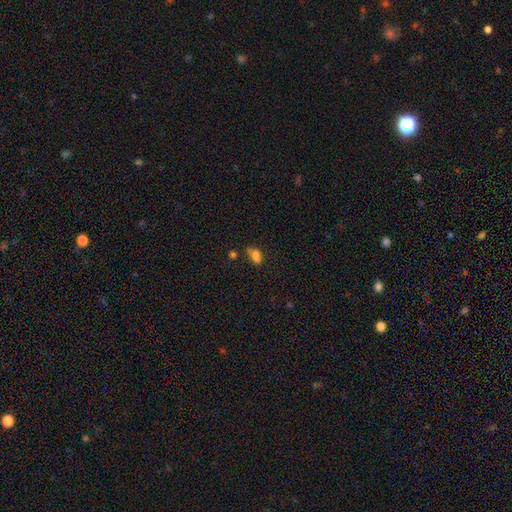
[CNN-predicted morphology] Smooth or featured?
  - smooth: 71% *
  - star or artifact: 18%
  - featured or disk: 11%
How rounded?
  - in between: 76% *
  - round: 17%
  - cigar-shaped: 7%
Merging?
  - none: 36% *
  - merger: 34%
  - minor disturbance: 19%
  - major disturbance: 12%